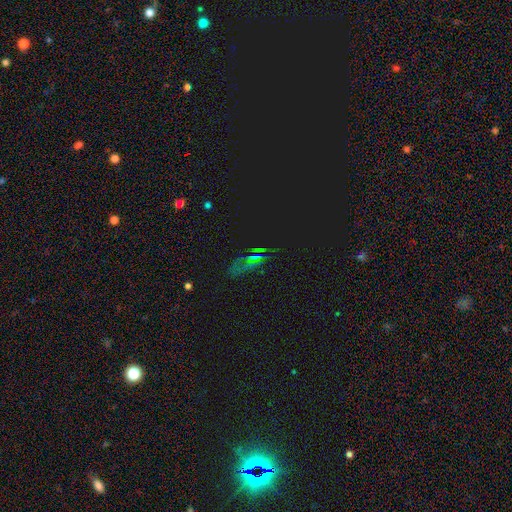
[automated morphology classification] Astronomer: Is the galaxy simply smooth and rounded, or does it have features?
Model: star or artifact — 63%.